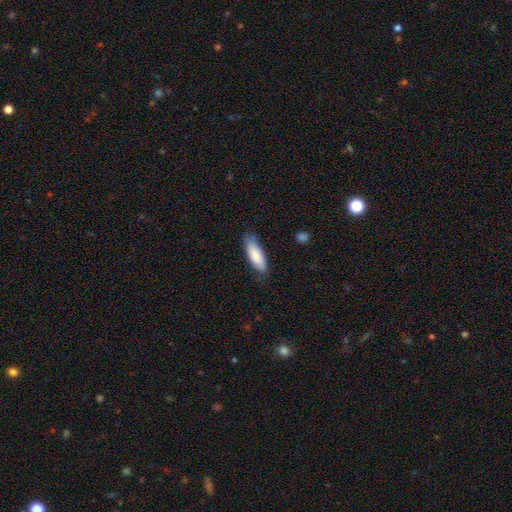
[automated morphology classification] This appears to be a smooth galaxy with no disk features (83%) that is in between round and cigar-shaped (61%). Merging: none (75%).